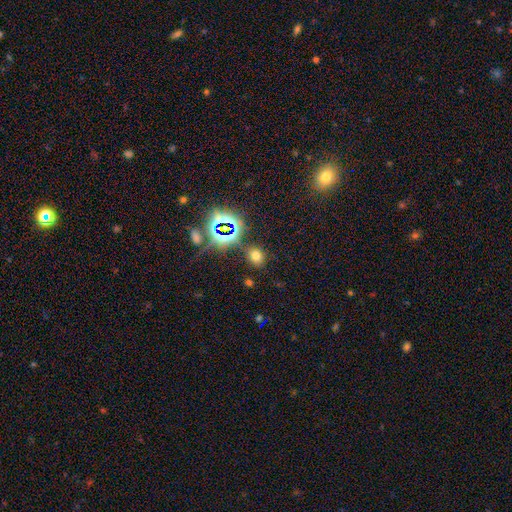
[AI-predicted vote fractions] This is likely a smooth galaxy (61%). How rounded: possibly round (57%). Merging: clearly none (84%).